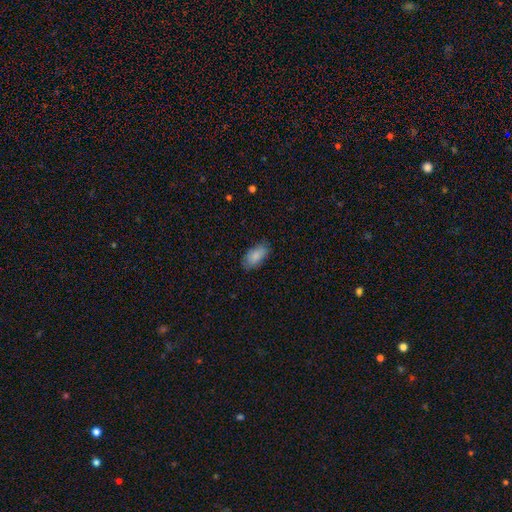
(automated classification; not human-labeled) Smooth or featured?
  - smooth: 86% *
  - featured or disk: 7%
  - star or artifact: 7%
How rounded?
  - in between: 92% *
  - cigar-shaped: 5%
  - round: 3%
Merging?
  - none: 81% *
  - minor disturbance: 15%
  - major disturbance: 3%
  - merger: 1%